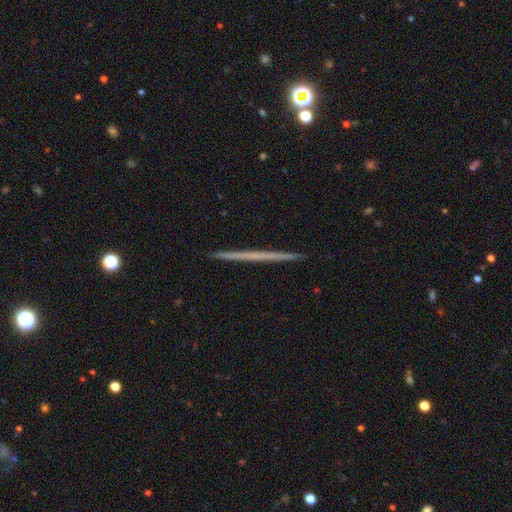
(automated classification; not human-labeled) smooth_or_featured: featured or disk (p=0.60) [alt: smooth p=0.33]
disk_edge_on: yes (p=0.98) [alt: no p=0.02]
edge_on_bulge: none (p=0.90) [alt: rounded p=0.07]
merging: none (p=0.93) [alt: minor disturbance p=0.05]